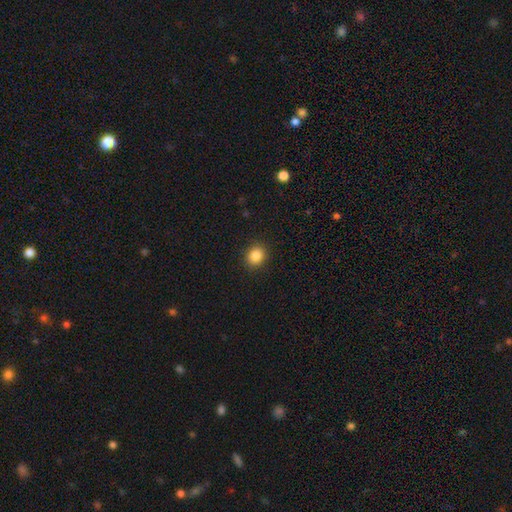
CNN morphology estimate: Smooth or featured: smooth — 86% (star or artifact — 10%)
How rounded: round — 72% (in between — 27%)
Merging: none — 91% (minor disturbance — 6%)